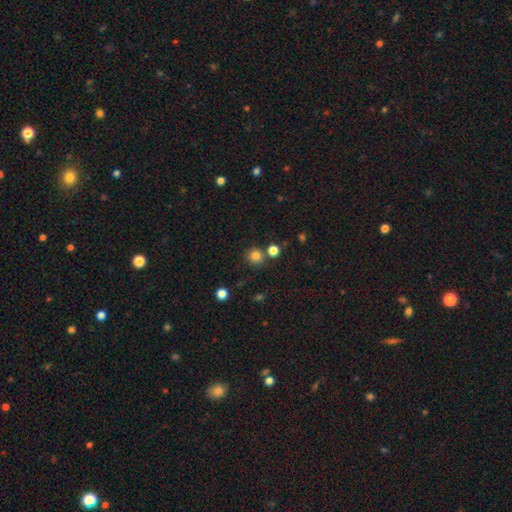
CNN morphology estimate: type=smooth (81%); roundness=round (89%); merging=none (76%).